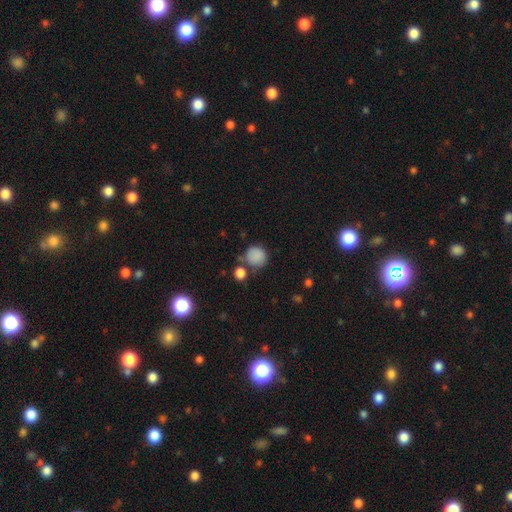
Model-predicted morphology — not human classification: type=smooth (84%); roundness=round (86%); merging=none (64%).